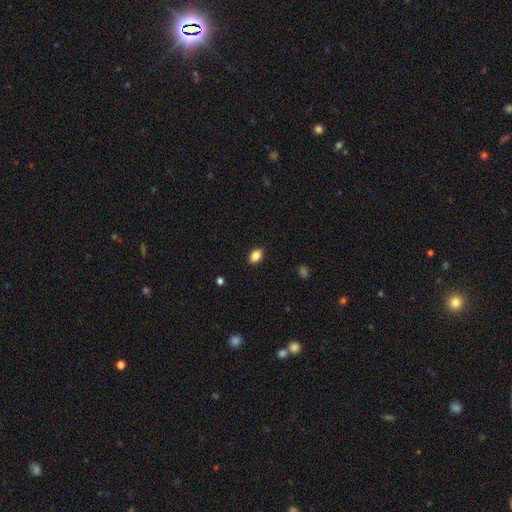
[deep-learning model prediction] Smooth or featured: smooth — 85% (star or artifact — 9%)
How rounded: in between — 84% (round — 14%)
Merging: none — 87% (minor disturbance — 10%)